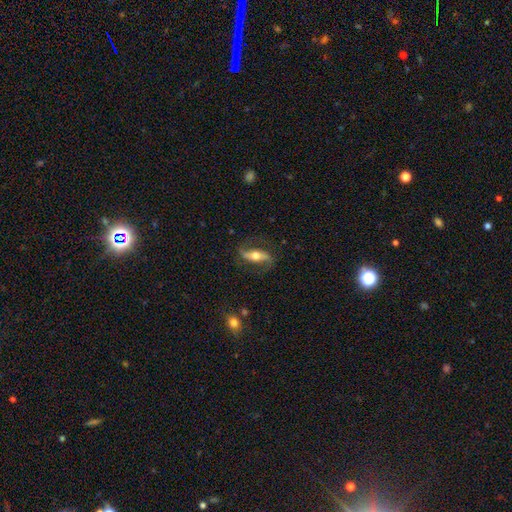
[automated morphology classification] type=featured or disk (76%); edge-on=no (81%); bar=strong (49%); spiral arms=yes (89%); winding=loose (56%); arm count=2 (91%); bulge=moderate (67%); merging=none (77%).